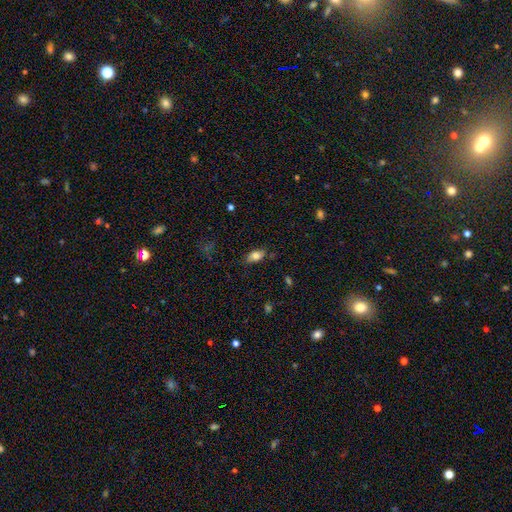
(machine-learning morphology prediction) Overall: smooth (80%). How rounded: in between (87%). Merging: none (76%).